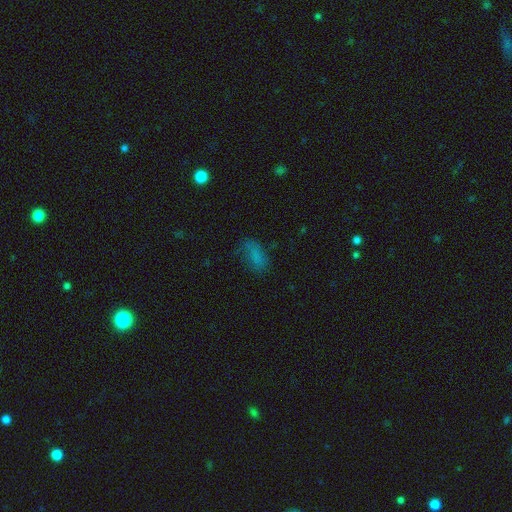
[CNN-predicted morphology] Smooth or featured?
  - smooth: 71% *
  - star or artifact: 15%
  - featured or disk: 14%
How rounded?
  - in between: 86% *
  - cigar-shaped: 10%
  - round: 5%
Merging?
  - none: 53% *
  - minor disturbance: 27%
  - major disturbance: 16%
  - merger: 3%